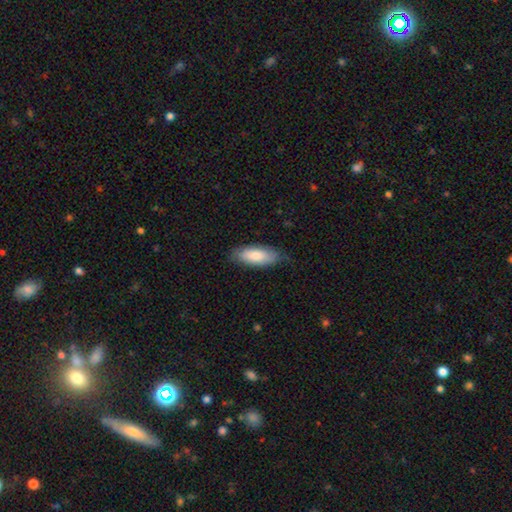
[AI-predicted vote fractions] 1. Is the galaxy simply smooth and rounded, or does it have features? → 80% smooth, 14% featured or disk, 5% star or artifact.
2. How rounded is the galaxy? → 80% in between, 18% cigar-shaped, 2% round.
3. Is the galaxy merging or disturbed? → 76% none, 19% minor disturbance, 4% major disturbance, 1% merger.